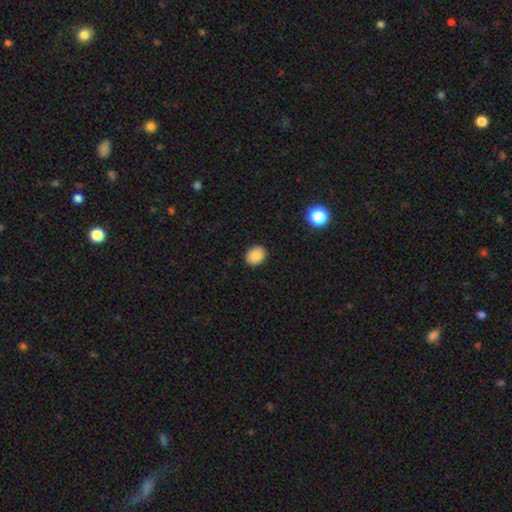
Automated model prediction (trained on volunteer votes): Smooth or featured? smooth (87%)
How rounded? round (53%)
Merging? none (90%)